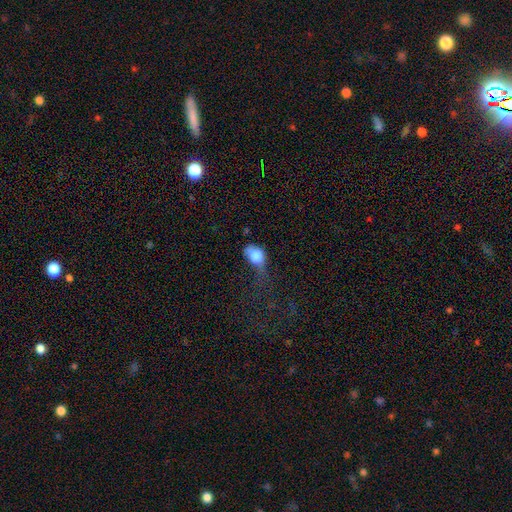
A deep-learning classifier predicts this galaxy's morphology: smooth-or-featured: smooth: 76% | featured or disk: 14% | star or artifact: 10%
  how-rounded: in between: 63% | round: 35% | cigar-shaped: 2%
  merging: major disturbance: 41% | minor disturbance: 35% | none: 18% | merger: 6%